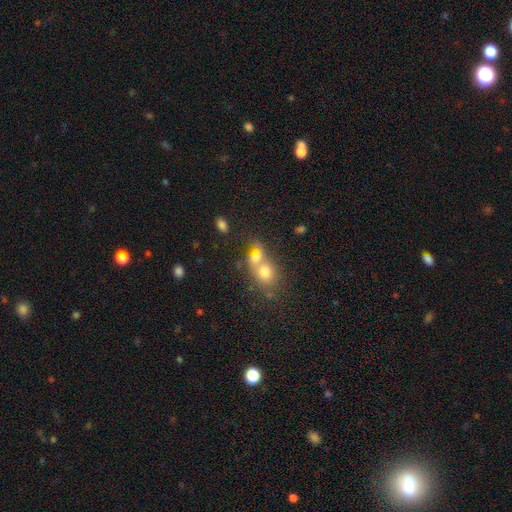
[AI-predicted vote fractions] Morphology: type=smooth (60%); roundness=in between (52%); merging=merger (65%).